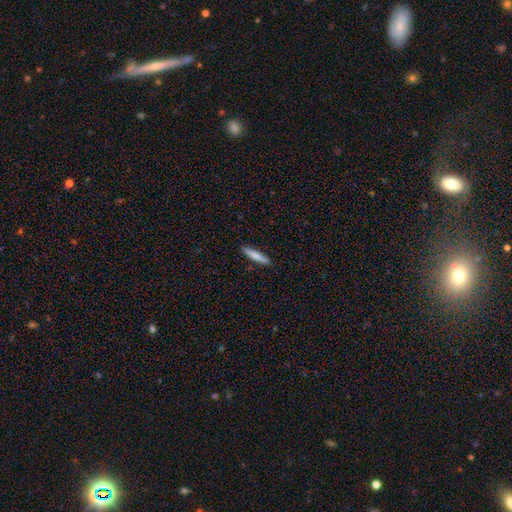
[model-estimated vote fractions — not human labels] smooth_or_featured: smooth (p=0.76) [alt: featured or disk p=0.19]
how_rounded: cigar-shaped (p=0.89) [alt: in between p=0.09]
merging: none (p=0.90) [alt: minor disturbance p=0.07]